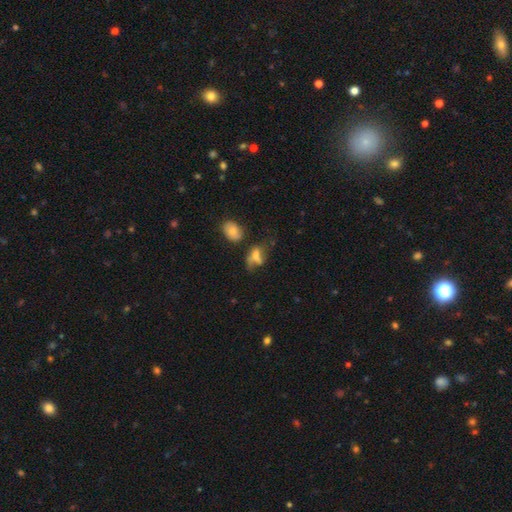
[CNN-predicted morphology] smooth-or-featured: smooth: 55% | featured or disk: 31% | star or artifact: 15%
  how-rounded: in between: 81% | round: 13% | cigar-shaped: 6%
  merging: none: 34% | major disturbance: 28% | minor disturbance: 25% | merger: 13%